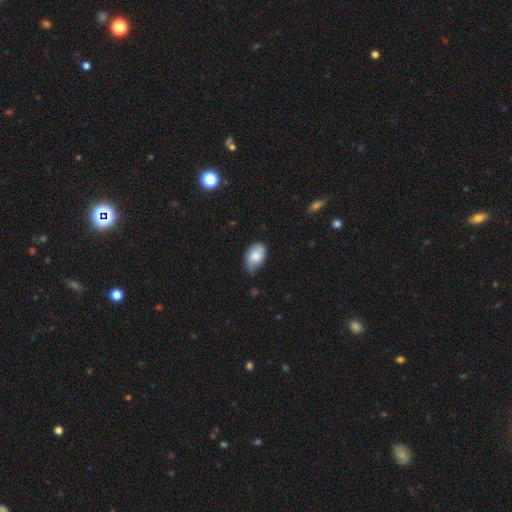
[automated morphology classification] Smooth or featured?
  - smooth: 73% *
  - featured or disk: 20%
  - star or artifact: 7%
How rounded?
  - in between: 85% *
  - round: 13%
  - cigar-shaped: 1%
Merging?
  - none: 49% *
  - minor disturbance: 42%
  - major disturbance: 8%
  - merger: 2%